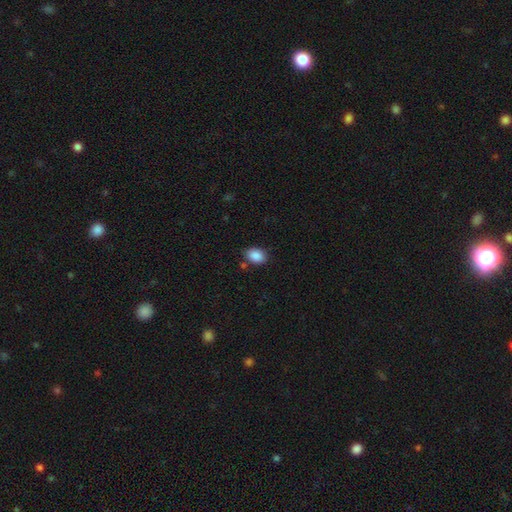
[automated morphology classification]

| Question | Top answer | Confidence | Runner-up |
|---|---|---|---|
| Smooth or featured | smooth | 88% | star or artifact (8%) |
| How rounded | in between | 77% | round (22%) |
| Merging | none | 79% | minor disturbance (14%) |